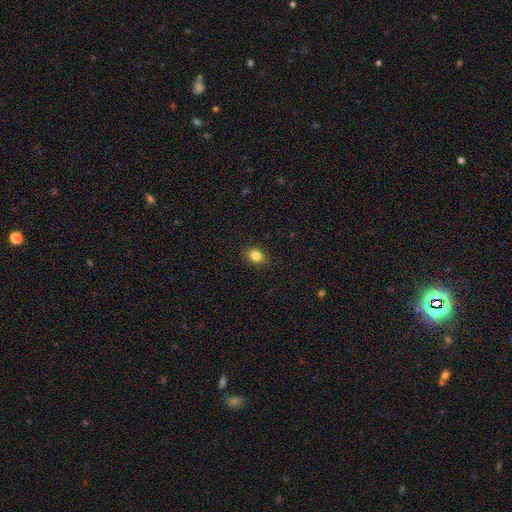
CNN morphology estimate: Smooth or featured? Predicted: smooth (p=0.84). How rounded? Predicted: in between (p=0.69). Merging? Predicted: none (p=0.86).